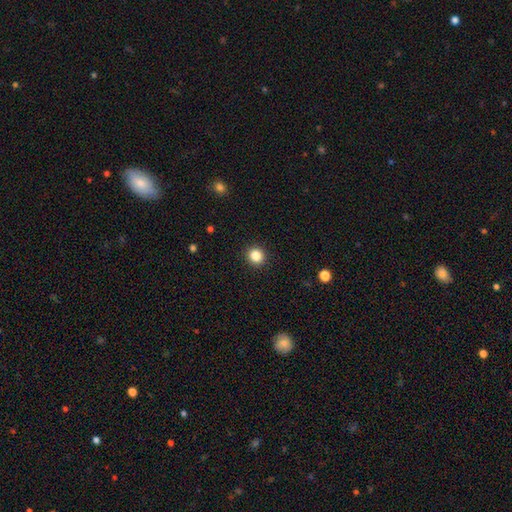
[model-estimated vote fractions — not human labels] smooth 84%, star or artifact 11%, featured or disk 4%. Down the decision tree: how rounded — round (90%); merging — none (93%).